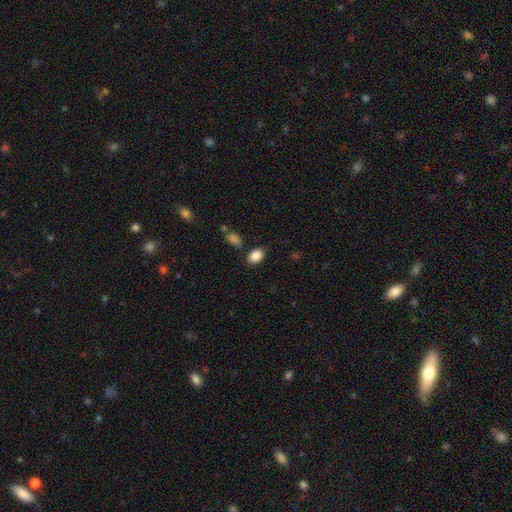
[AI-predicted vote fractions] smooth 87%, star or artifact 8%, featured or disk 5%. Down the decision tree: how rounded — in between (78%); merging — none (79%).